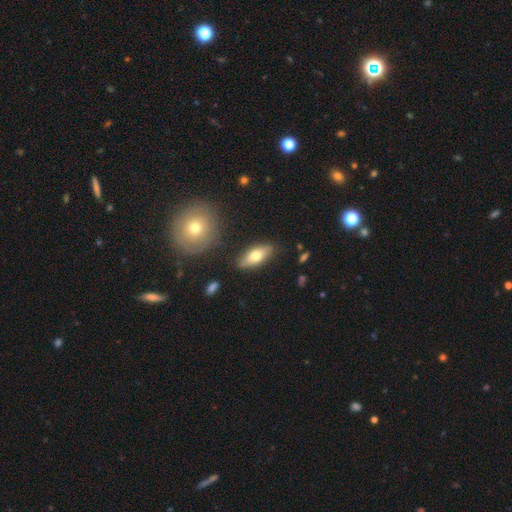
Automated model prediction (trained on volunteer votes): Smooth or featured?
  - smooth: 67% *
  - featured or disk: 27%
  - star or artifact: 6%
How rounded?
  - in between: 78% *
  - cigar-shaped: 19%
  - round: 3%
Merging?
  - none: 84% *
  - minor disturbance: 11%
  - merger: 3%
  - major disturbance: 2%